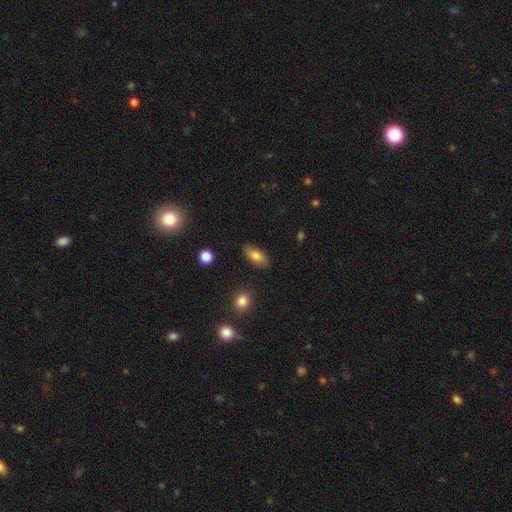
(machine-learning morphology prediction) smooth 78%, featured or disk 14%, star or artifact 8%. Down the decision tree: how rounded — in between (82%); merging — none (85%).